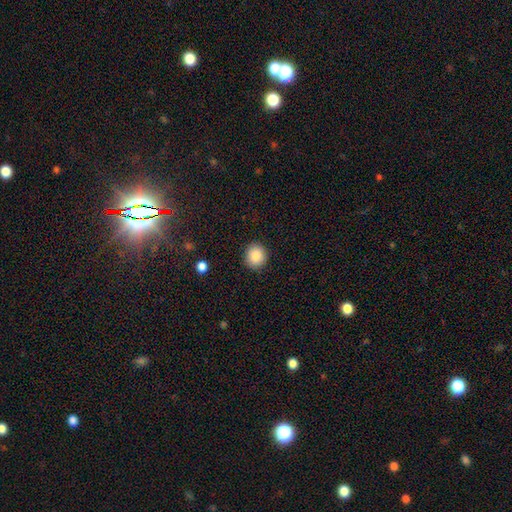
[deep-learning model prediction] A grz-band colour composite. It shows a smooth galaxy with no disk features (87%) that is round (83%). Merging: none (90%).